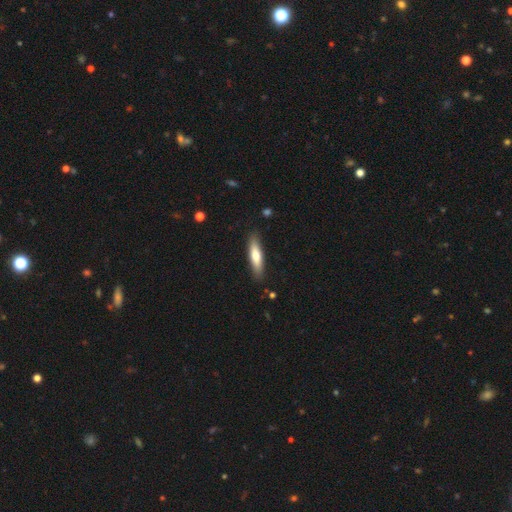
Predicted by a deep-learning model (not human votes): Smooth or featured? smooth (66%)
How rounded? cigar-shaped (72%)
Merging? none (87%)